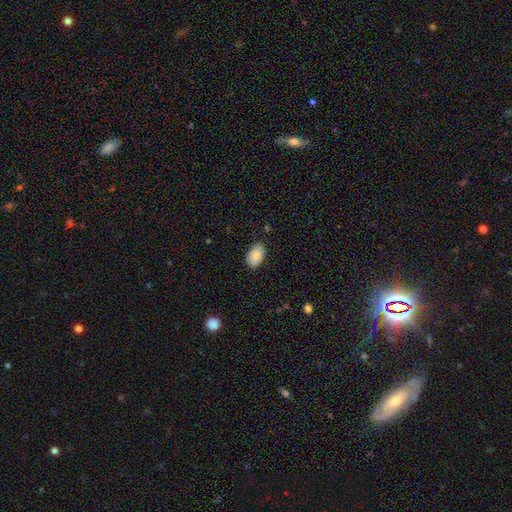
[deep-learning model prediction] Smooth or featured? Predicted: smooth (p=0.83). How rounded? Predicted: in between (p=0.92). Merging? Predicted: none (p=0.82).